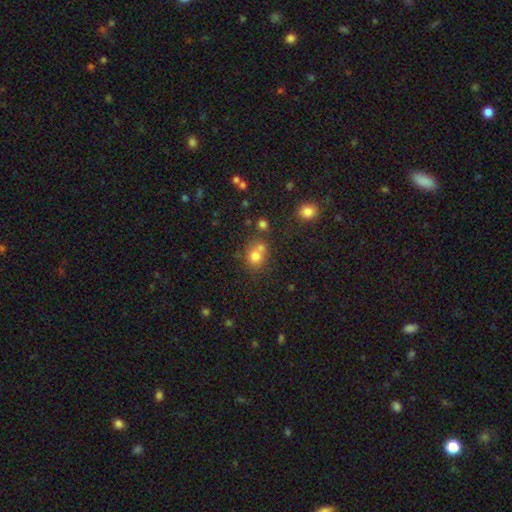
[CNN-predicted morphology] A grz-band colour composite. It shows a smooth galaxy with no disk features (74%) that is round (76%). Merging: none (45%).